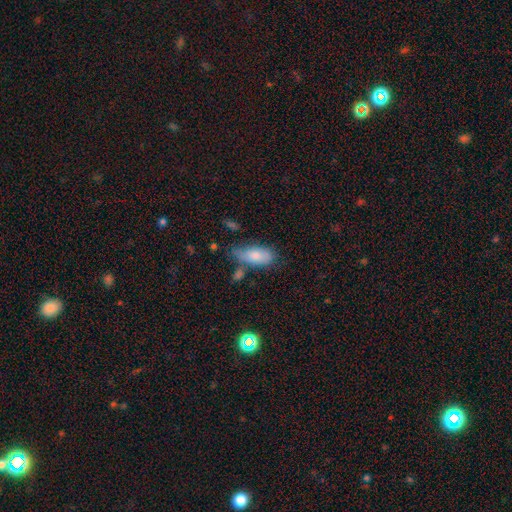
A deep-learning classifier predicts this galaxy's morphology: Smooth or featured: smooth — 80% (featured or disk — 13%)
How rounded: in between — 87% (cigar-shaped — 10%)
Merging: none — 53% (minor disturbance — 28%)